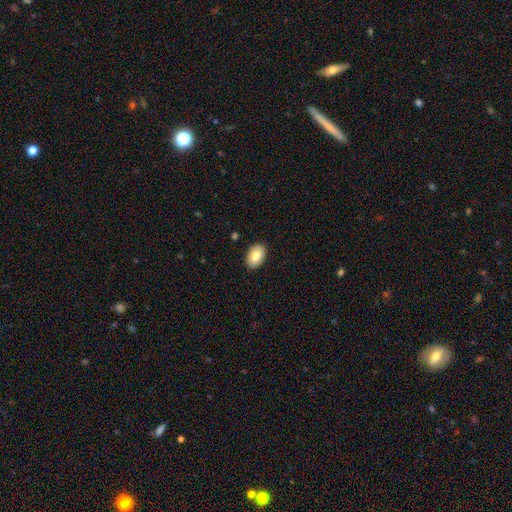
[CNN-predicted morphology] smooth 83%, featured or disk 10%, star or artifact 7%. Down the decision tree: how rounded — in between (89%); merging — none (90%).